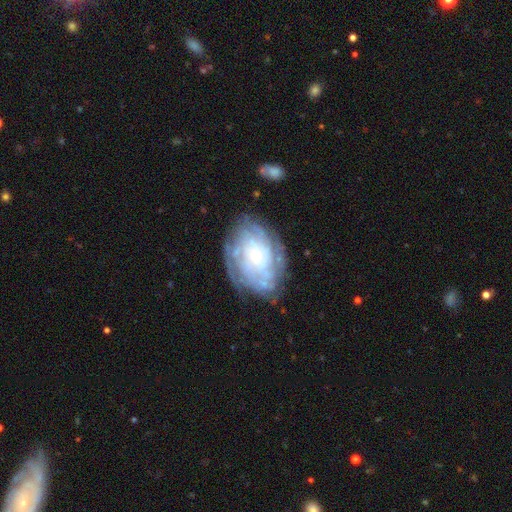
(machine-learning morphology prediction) A featured or disk galaxy (79%) with no bar (82%), tight (75%) spiral arms (87%) and a small central bulge (75%). Merging: none (73%).